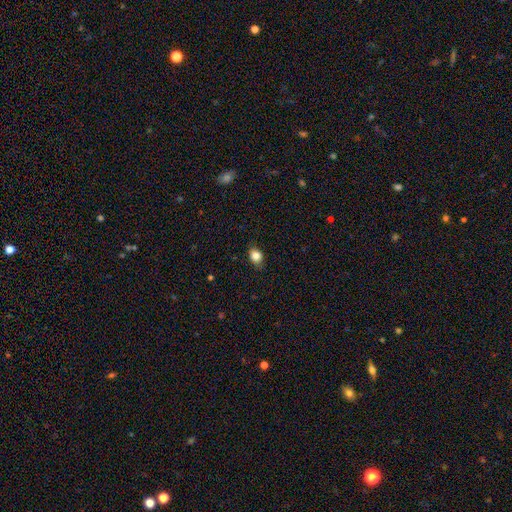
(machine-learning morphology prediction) A smooth galaxy with no disk features (83%) that is in between round and cigar-shaped (61%).

Vote fractions:
- Smooth or featured? smooth: 83% / star or artifact: 10% / featured or disk: 8%
- How rounded? in between: 61% / round: 37% / cigar-shaped: 2%
- Merging? none: 82% / minor disturbance: 14% / major disturbance: 3% / merger: 1%